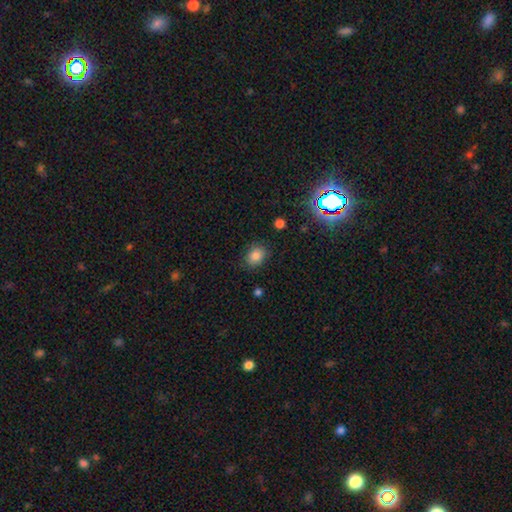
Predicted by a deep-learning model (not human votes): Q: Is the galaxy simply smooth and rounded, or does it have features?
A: smooth — 82%.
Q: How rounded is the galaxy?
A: round — 53%.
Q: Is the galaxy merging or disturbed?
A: none — 82%.